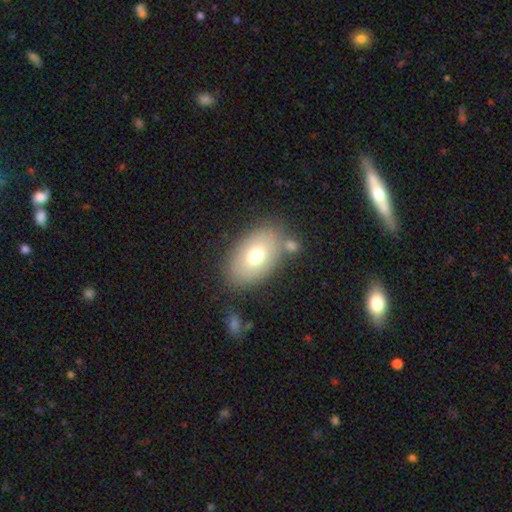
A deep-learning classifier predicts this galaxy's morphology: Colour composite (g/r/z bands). It shows a smooth galaxy with no disk features (71%) that is in between round and cigar-shaped (92%). Merging: none (74%).